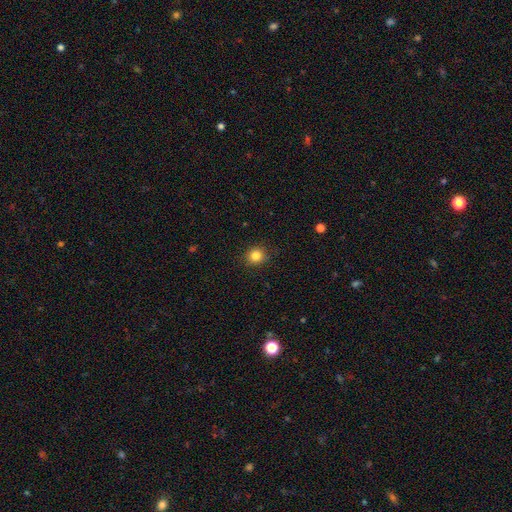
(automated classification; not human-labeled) smooth 84%, star or artifact 11%, featured or disk 5%. Down the decision tree: how rounded — round (85%); merging — none (89%).